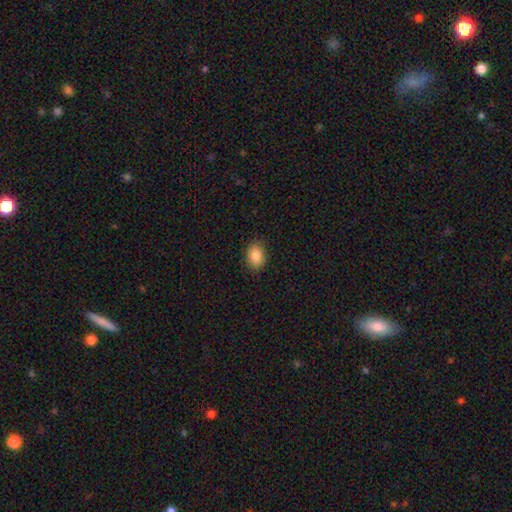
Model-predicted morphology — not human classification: The model was most divided on "how rounded": in between: 76%, round: 23%, cigar-shaped: 1%. More confident: merging — none (88%); smooth or featured — smooth (87%).